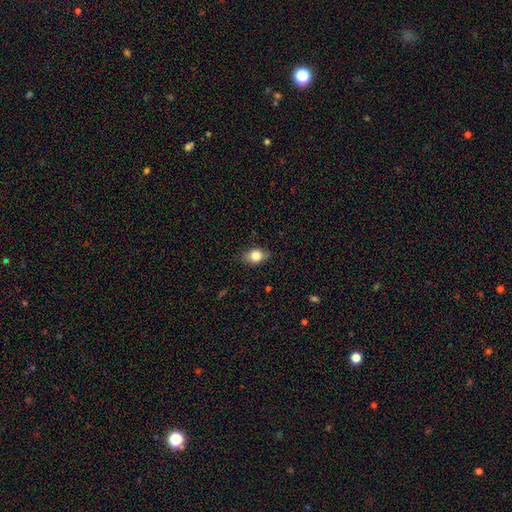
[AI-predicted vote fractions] Q: Smooth or featured?
A: smooth (78%); runner-up: featured or disk (13%)
Q: How rounded?
A: in between (71%); runner-up: round (27%)
Q: Merging?
A: none (78%); runner-up: minor disturbance (18%)